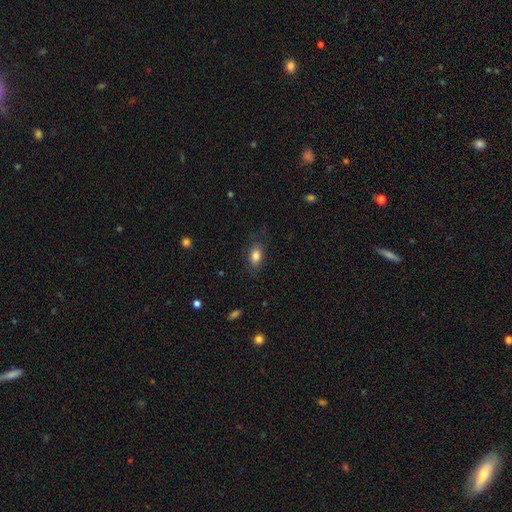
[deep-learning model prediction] smooth_or_featured: smooth (p=0.81) [alt: featured or disk p=0.11]
how_rounded: in between (p=0.88) [alt: round p=0.08]
merging: none (p=0.76) [alt: minor disturbance p=0.17]